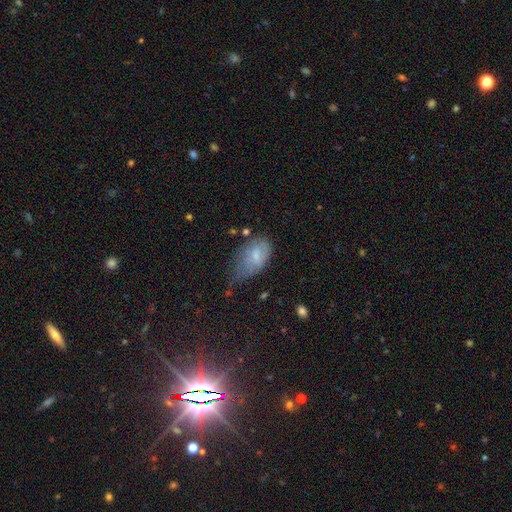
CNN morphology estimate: Q: Smooth or featured?
A: smooth (67%); runner-up: featured or disk (24%)
Q: How rounded?
A: in between (91%); runner-up: round (6%)
Q: Merging?
A: minor disturbance (43%); runner-up: major disturbance (28%)